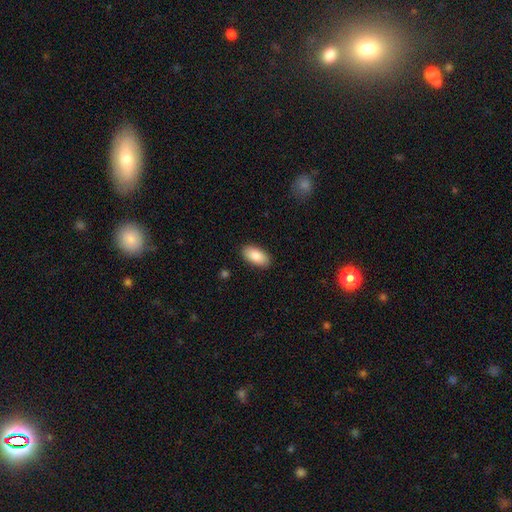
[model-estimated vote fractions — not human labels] This is clearly a smooth galaxy (87%). How rounded: clearly in between (94%). Merging: clearly none (89%).